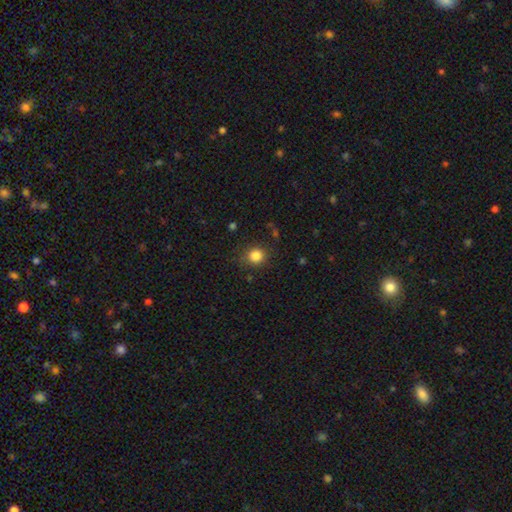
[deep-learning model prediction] Smooth or featured?
  - smooth: 84% *
  - star or artifact: 11%
  - featured or disk: 4%
How rounded?
  - round: 84% *
  - in between: 15%
  - cigar-shaped: 1%
Merging?
  - none: 80% *
  - minor disturbance: 14%
  - major disturbance: 4%
  - merger: 2%